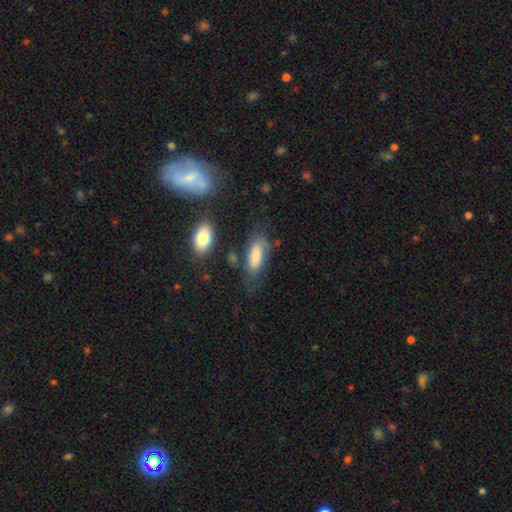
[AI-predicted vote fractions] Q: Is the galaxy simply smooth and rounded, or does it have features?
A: smooth — 77%.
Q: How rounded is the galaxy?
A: in between — 83%.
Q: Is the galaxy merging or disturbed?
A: none — 54%.